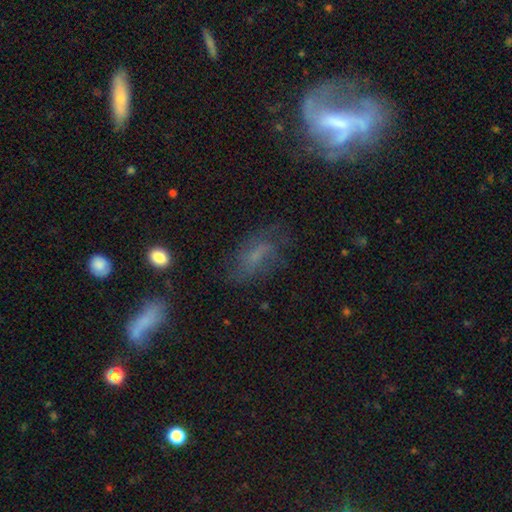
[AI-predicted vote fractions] A featured or disk galaxy (47%). Merging: none (58%).